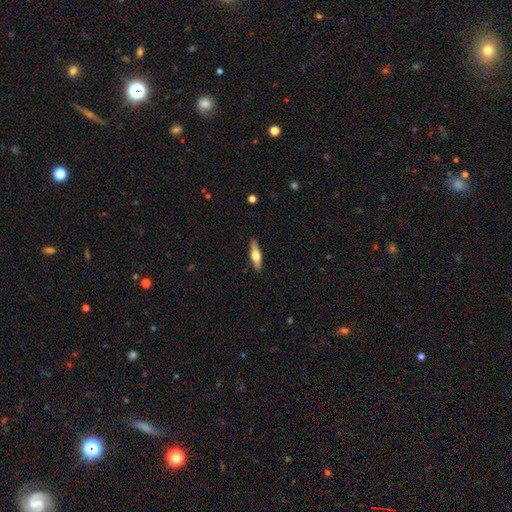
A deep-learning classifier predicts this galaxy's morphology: Overall: smooth (51%; featured or disk 43%). How rounded: cigar-shaped (57%; in between 41%). Merging: none (89%).